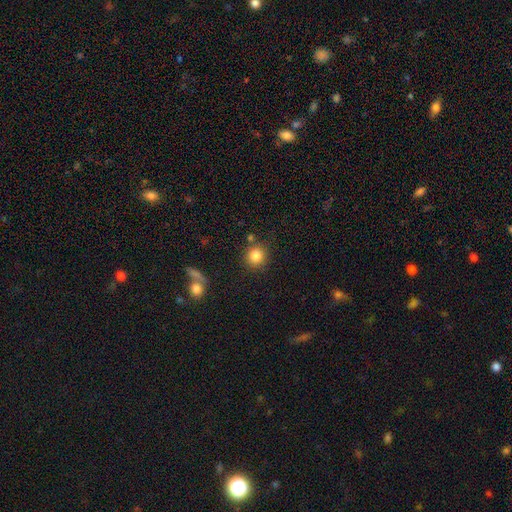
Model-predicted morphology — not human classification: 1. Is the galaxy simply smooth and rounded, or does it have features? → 84% smooth, 10% star or artifact, 5% featured or disk.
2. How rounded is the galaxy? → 91% round, 8% in between, 1% cigar-shaped.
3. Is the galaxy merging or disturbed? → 81% none, 9% minor disturbance, 7% merger, 3% major disturbance.